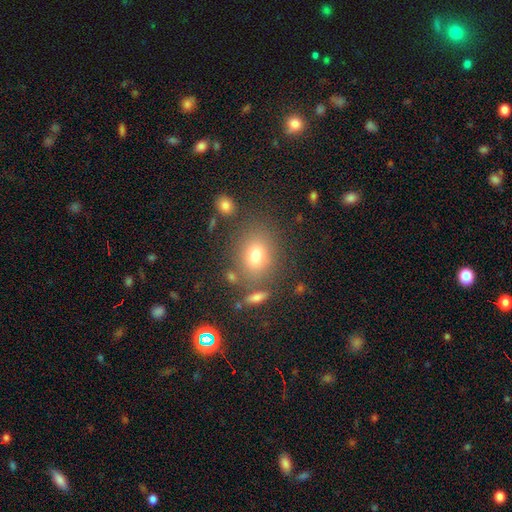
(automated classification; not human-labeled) smooth-or-featured: smooth: 74% | star or artifact: 14% | featured or disk: 11%
  how-rounded: in between: 54% | round: 45% | cigar-shaped: 2%
  merging: none: 75% | minor disturbance: 12% | merger: 8% | major disturbance: 5%